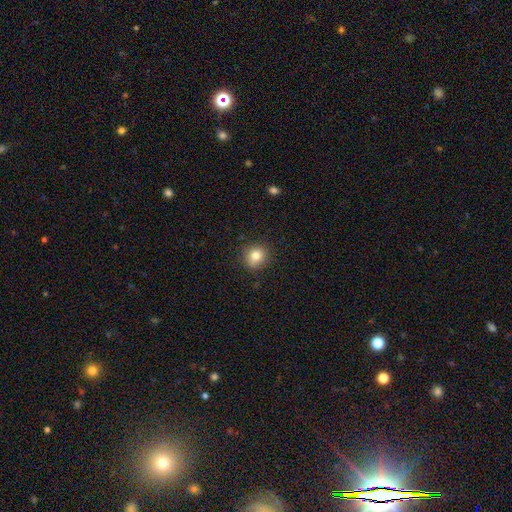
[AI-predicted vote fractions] smooth 81%, star or artifact 11%, featured or disk 8%. Down the decision tree: how rounded — round (83%); merging — none (85%).